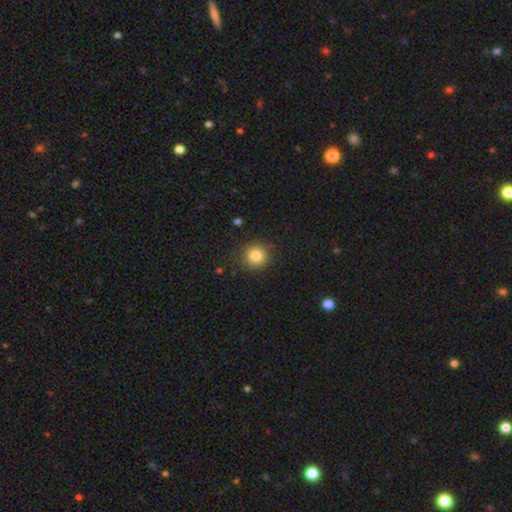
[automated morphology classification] Smooth or featured? smooth (83%)
How rounded? round (91%)
Merging? none (85%)